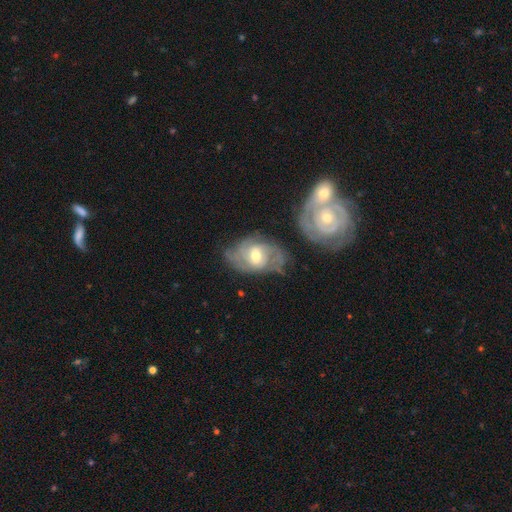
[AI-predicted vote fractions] Morphology: type=featured or disk (79%); edge-on=no (96%); bar=weak (49%); spiral arms=yes (90%); winding=tight (49%); arm count=can't tell (37%); bulge=moderate (68%); merging=none (56%).